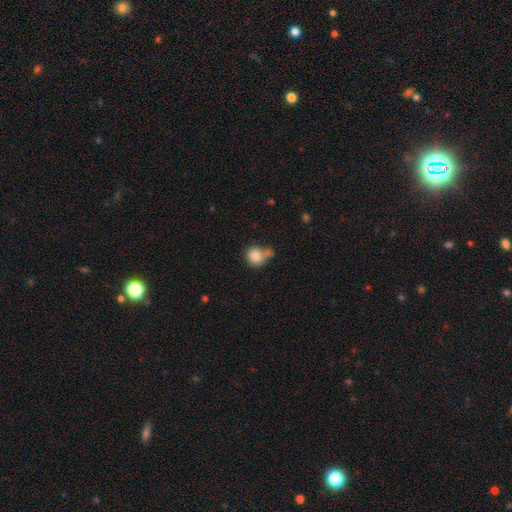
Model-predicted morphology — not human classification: smooth-or-featured: smooth: 83% | star or artifact: 9% | featured or disk: 8%
  how-rounded: round: 83% | in between: 16% | cigar-shaped: 1%
  merging: none: 47% | merger: 27% | minor disturbance: 18% | major disturbance: 7%